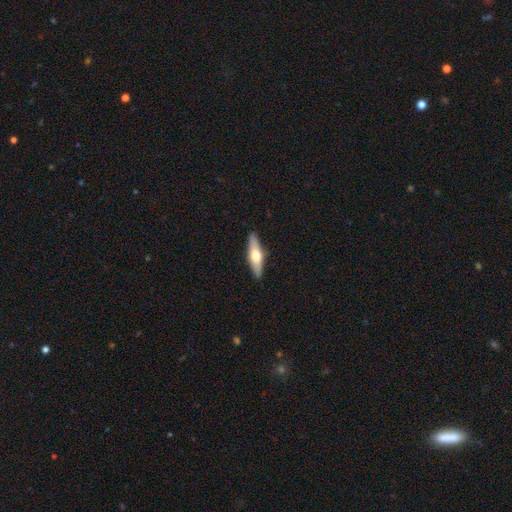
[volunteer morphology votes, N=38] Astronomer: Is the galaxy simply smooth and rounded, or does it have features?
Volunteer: smooth — 68%.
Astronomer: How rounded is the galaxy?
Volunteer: cigar-shaped — 69%.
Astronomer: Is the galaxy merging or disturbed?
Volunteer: none — 89%.